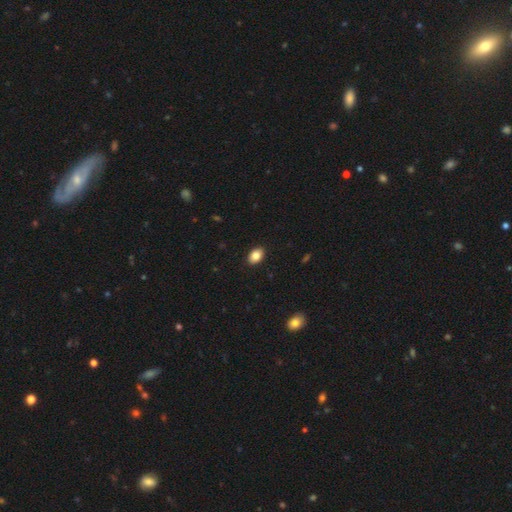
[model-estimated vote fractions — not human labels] Smooth or featured?
  - smooth: 86% *
  - star or artifact: 8%
  - featured or disk: 6%
How rounded?
  - in between: 86% *
  - round: 13%
  - cigar-shaped: 1%
Merging?
  - none: 90% *
  - minor disturbance: 7%
  - major disturbance: 2%
  - merger: 1%